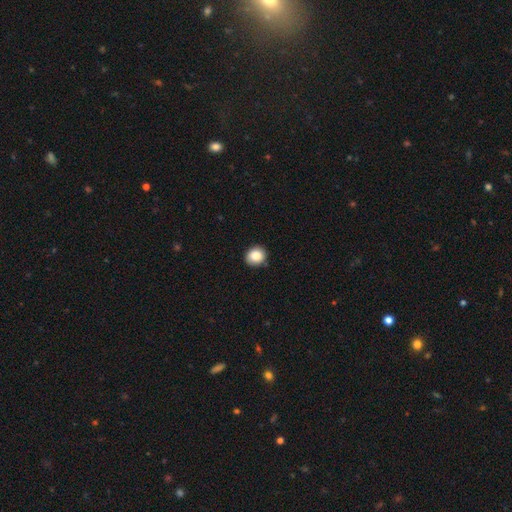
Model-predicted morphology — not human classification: Smooth or featured? smooth (87%)
How rounded? round (82%)
Merging? none (86%)